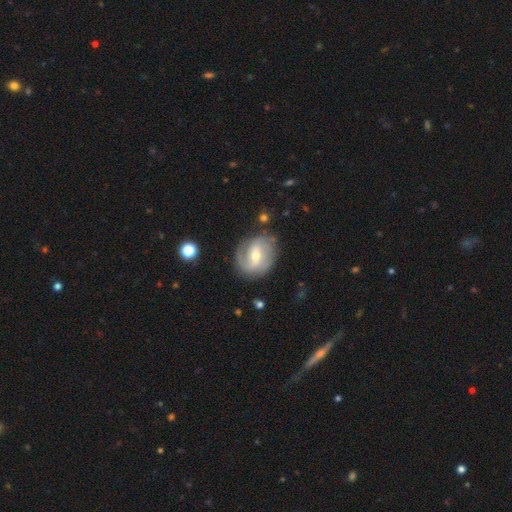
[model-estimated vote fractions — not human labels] smooth-or-featured: featured or disk: 80% | smooth: 14% | star or artifact: 6%
  disk-edge-on: no: 97% | yes: 3%
    bar: weak: 50% | no: 26% | strong: 24%
    has-spiral-arms: yes: 93% | no: 7%
      spiral-winding: medium: 45% | tight: 30% | loose: 25%
      spiral-arm-count: 2: 59% | can't tell: 14% | 3: 13% | 1: 9% | 4: 3% | more than 4: 2%
    bulge-size: moderate: 56% | small: 39% | large: 3% | none: 1% | dominant: 1%
  merging: none: 74% | minor disturbance: 16% | major disturbance: 7% | merger: 2%